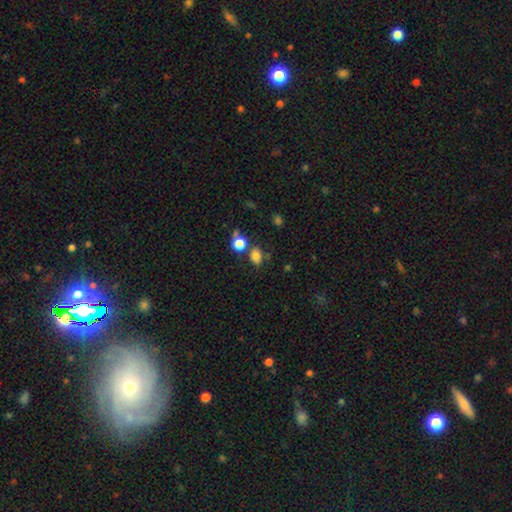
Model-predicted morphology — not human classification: Smooth or featured? Predicted: smooth (p=0.78). How rounded? Predicted: in between (p=0.57). Merging? Predicted: none (p=0.64).